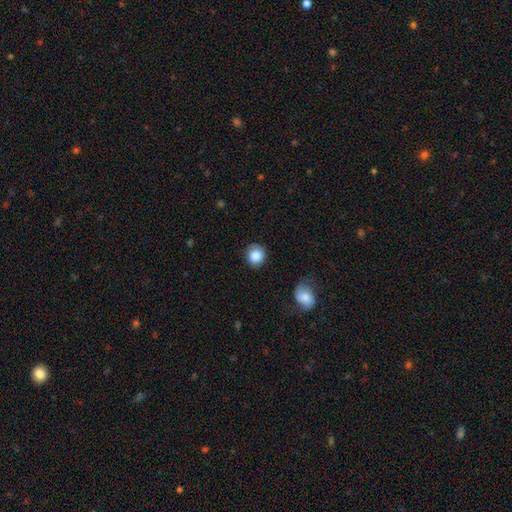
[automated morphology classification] This is clearly a smooth galaxy (85%). How rounded: clearly round (87%). Merging: likely none (79%).